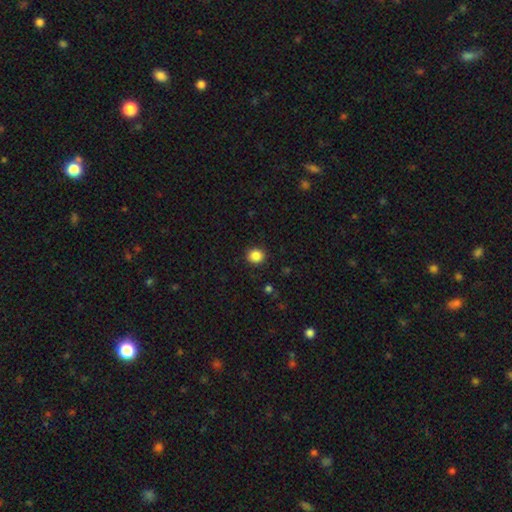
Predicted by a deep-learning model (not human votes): smooth 86%, star or artifact 10%, featured or disk 3%. Down the decision tree: how rounded — round (88%); merging — none (91%).